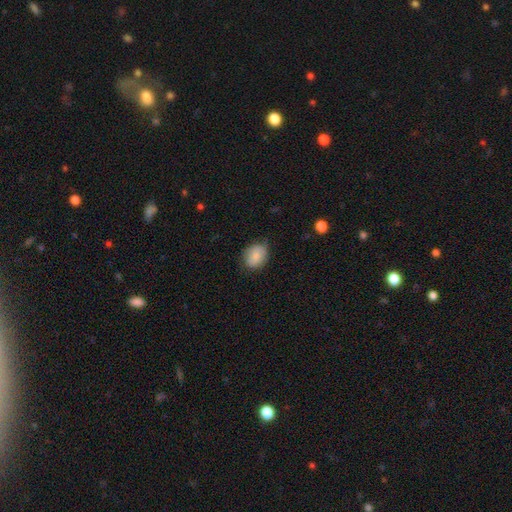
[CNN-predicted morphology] This appears to be a smooth galaxy with no disk features (80%) that is in between round and cigar-shaped (57%). Merging: none (73%).